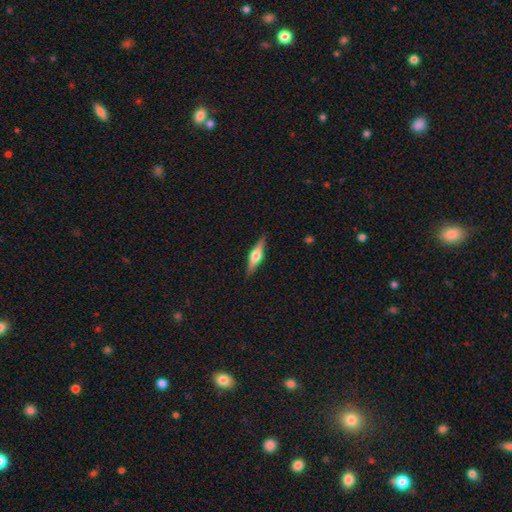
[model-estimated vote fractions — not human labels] smooth_or_featured: featured or disk (p=0.67) [alt: smooth p=0.28]
disk_edge_on: yes (p=0.97) [alt: no p=0.03]
edge_on_bulge: rounded (p=0.92) [alt: boxy p=0.06]
merging: none (p=0.90) [alt: minor disturbance p=0.07]